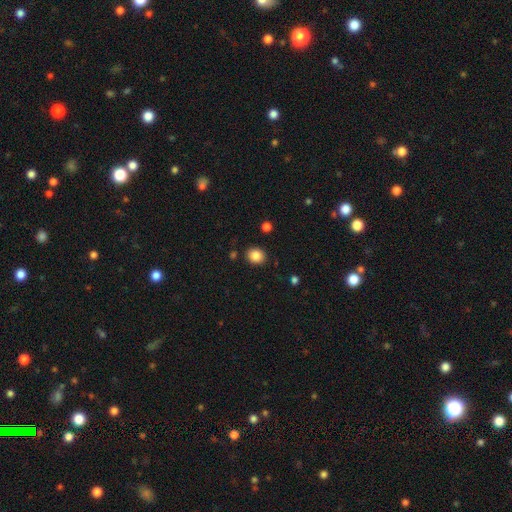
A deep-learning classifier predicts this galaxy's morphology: Smooth or featured: smooth — 86% (star or artifact — 10%)
How rounded: round — 72% (in between — 28%)
Merging: none — 88% (minor disturbance — 7%)